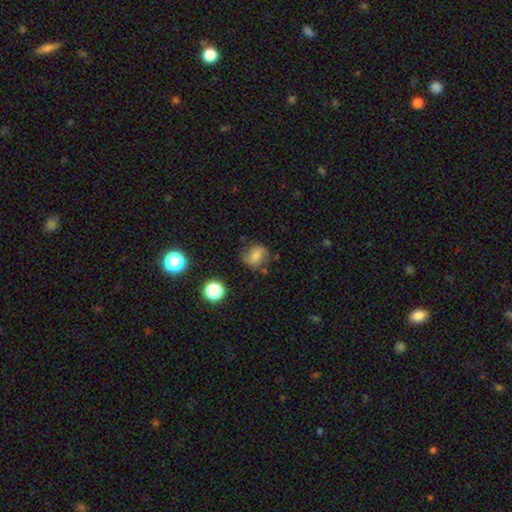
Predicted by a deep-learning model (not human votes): Overall: smooth (69%). How rounded: round (60%; in between 38%). Merging: none (70%).